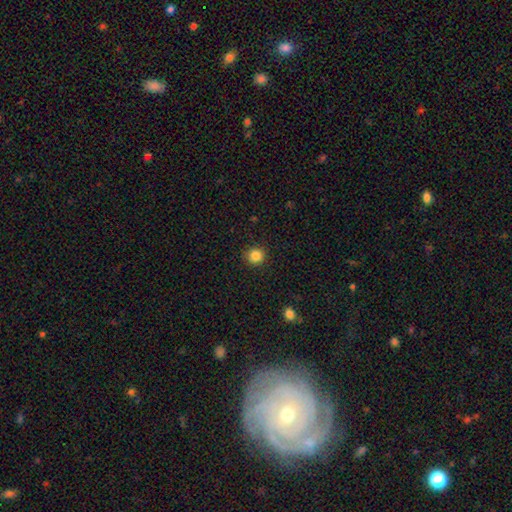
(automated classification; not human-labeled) Smooth or featured? Predicted: smooth (p=0.85). How rounded? Predicted: round (p=0.93). Merging? Predicted: none (p=0.91).